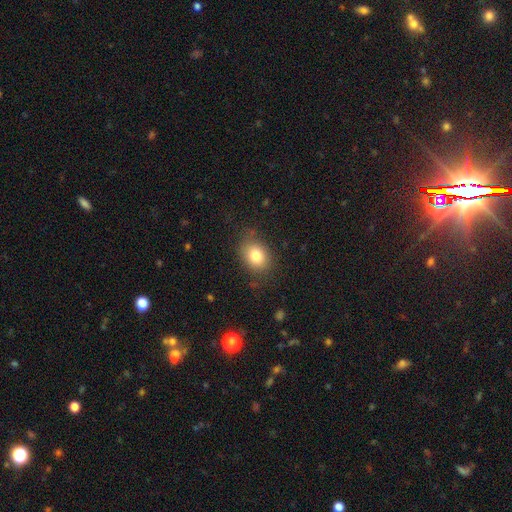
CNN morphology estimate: Smooth or featured?
  - smooth: 80% *
  - star or artifact: 10%
  - featured or disk: 10%
How rounded?
  - in between: 56% *
  - round: 43%
  - cigar-shaped: 1%
Merging?
  - none: 77% *
  - minor disturbance: 16%
  - major disturbance: 5%
  - merger: 1%